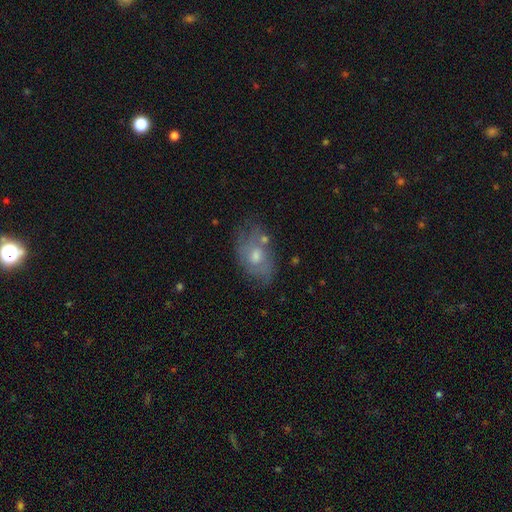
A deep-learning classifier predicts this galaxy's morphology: Overall: featured or disk (49%; smooth 40%). Merging: none (58%; minor disturbance 24%).